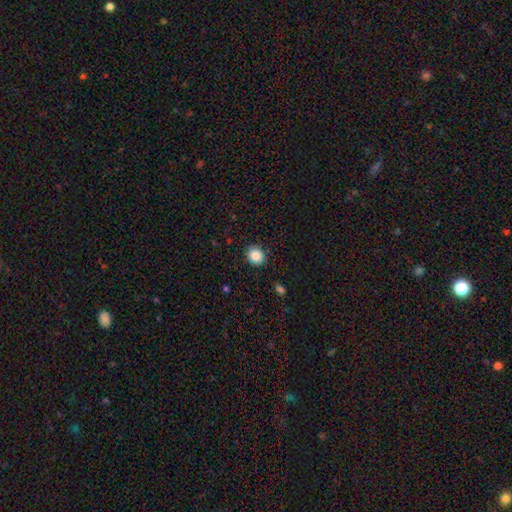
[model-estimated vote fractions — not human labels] Smooth or featured: smooth — 86% (star or artifact — 10%)
How rounded: round — 73% (in between — 26%)
Merging: none — 89% (minor disturbance — 7%)